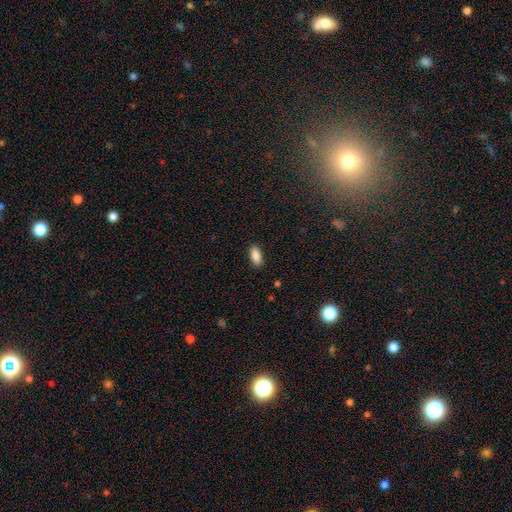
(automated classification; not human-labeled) This appears to be a smooth galaxy with no disk features (87%) that is in between round and cigar-shaped (88%). Merging: none (88%).